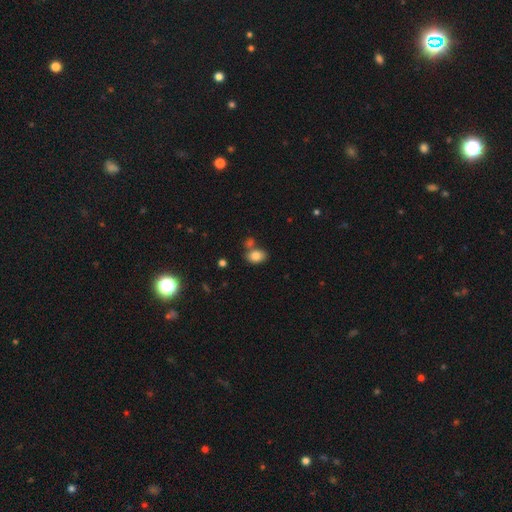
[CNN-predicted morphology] smooth_or_featured: smooth (p=0.83) [alt: star or artifact p=0.09]
how_rounded: in between (p=0.75) [alt: round p=0.24]
merging: none (p=0.59) [alt: merger p=0.22]